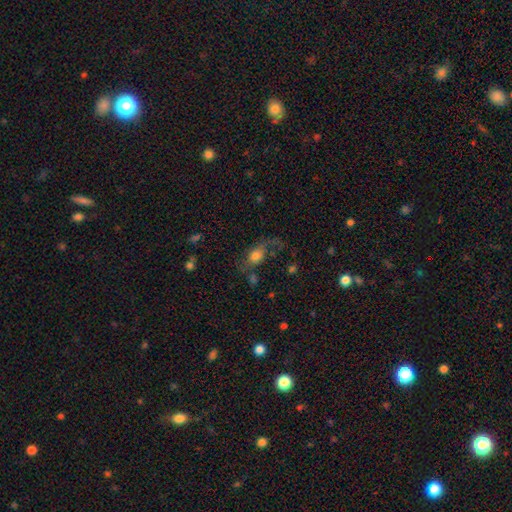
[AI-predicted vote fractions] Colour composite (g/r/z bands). It shows a smooth galaxy with no disk features (61%) that is in between round and cigar-shaped (69%). Merging: none (40%).